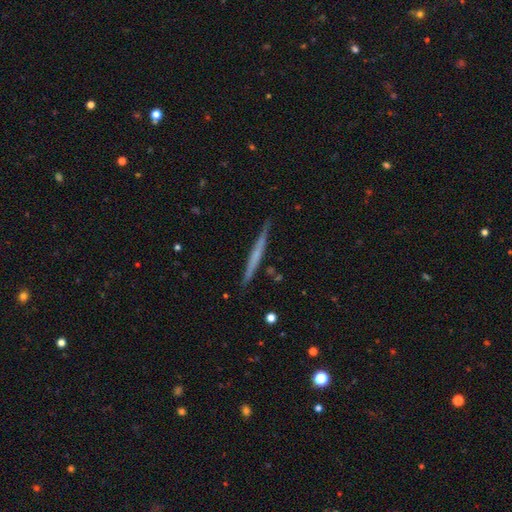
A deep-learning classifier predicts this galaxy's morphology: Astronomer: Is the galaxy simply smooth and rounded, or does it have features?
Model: featured or disk — 56% (runner-up: smooth, 38%).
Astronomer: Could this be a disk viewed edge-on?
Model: yes — 97%.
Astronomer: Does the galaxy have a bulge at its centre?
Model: none — 77%.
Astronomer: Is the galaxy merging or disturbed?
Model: none — 89%.